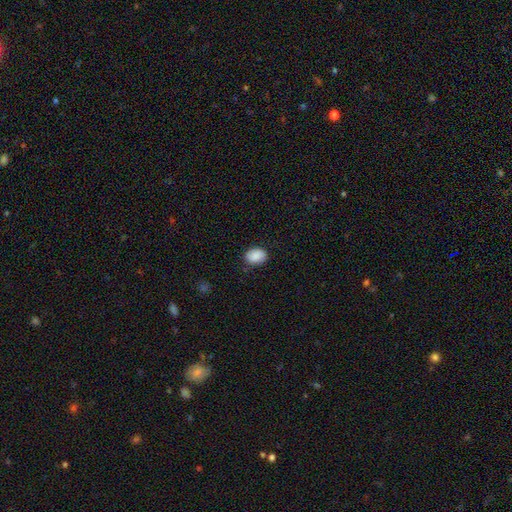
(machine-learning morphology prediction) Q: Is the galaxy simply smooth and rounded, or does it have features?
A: smooth — 88%.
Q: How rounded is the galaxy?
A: in between — 72%.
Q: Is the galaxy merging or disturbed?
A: none — 83%.